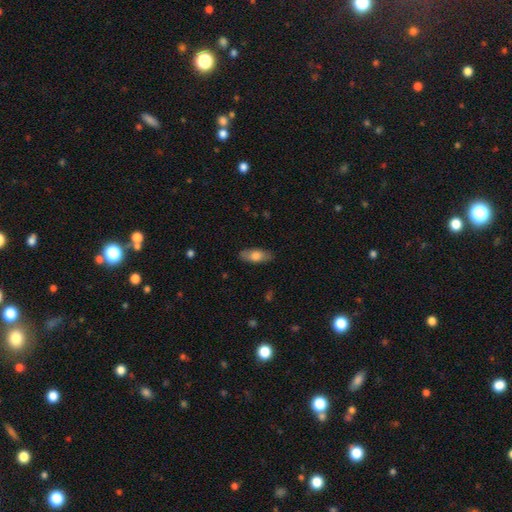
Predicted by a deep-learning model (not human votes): Q: Smooth or featured?
A: smooth (72%); runner-up: featured or disk (21%)
Q: How rounded?
A: in between (82%); runner-up: cigar-shaped (15%)
Q: Merging?
A: none (84%); runner-up: minor disturbance (12%)